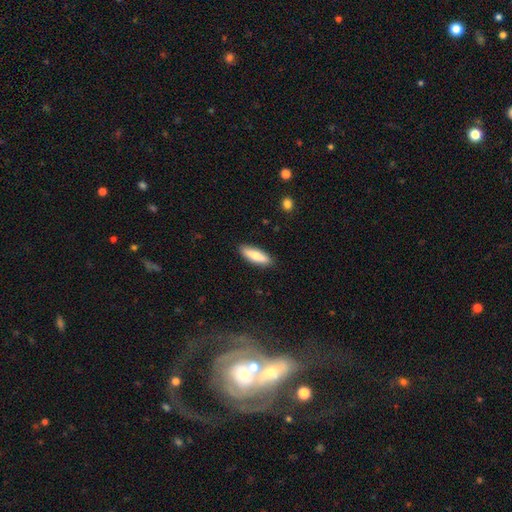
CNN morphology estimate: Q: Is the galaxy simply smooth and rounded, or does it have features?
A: smooth — 72%.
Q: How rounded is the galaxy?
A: cigar-shaped — 51%.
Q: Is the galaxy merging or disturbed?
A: none — 88%.